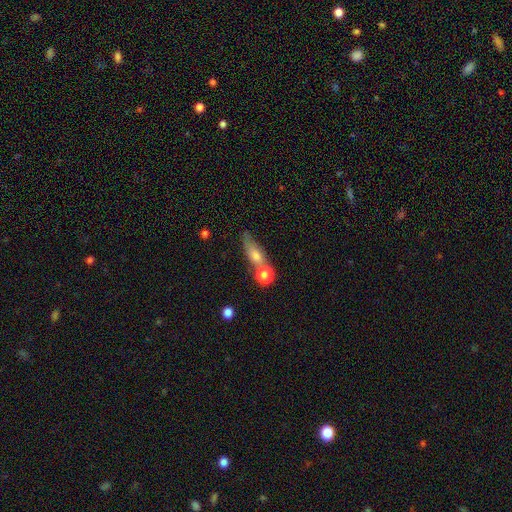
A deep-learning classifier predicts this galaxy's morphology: A smooth galaxy with no disk features (63%) that is in between round and cigar-shaped (47%). Merging: none (44%).